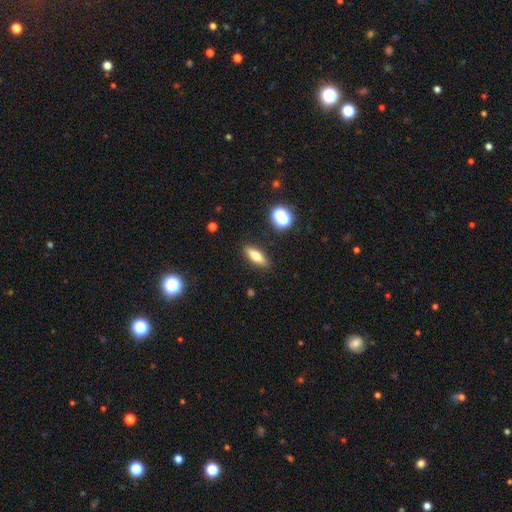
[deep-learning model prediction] A smooth galaxy with no disk features (62%) that is in between round and cigar-shaped (52%).

Vote fractions:
- Smooth or featured? smooth: 62% / featured or disk: 29% / star or artifact: 9%
- How rounded? in between: 52% / cigar-shaped: 43% / round: 5%
- Merging? none: 89% / minor disturbance: 8% / major disturbance: 2% / merger: 2%